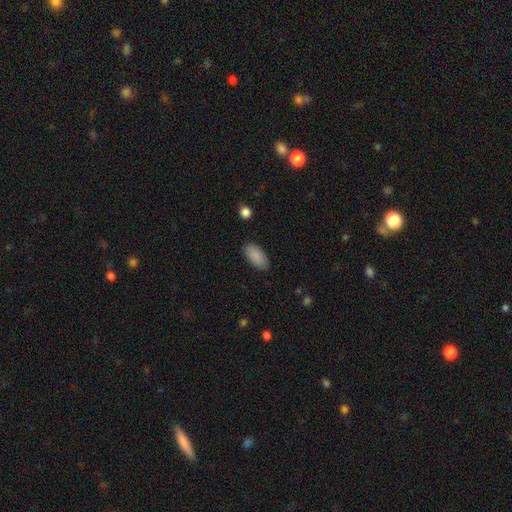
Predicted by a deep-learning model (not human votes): Morphology: type=smooth (89%); roundness=in between (94%); merging=none (86%).